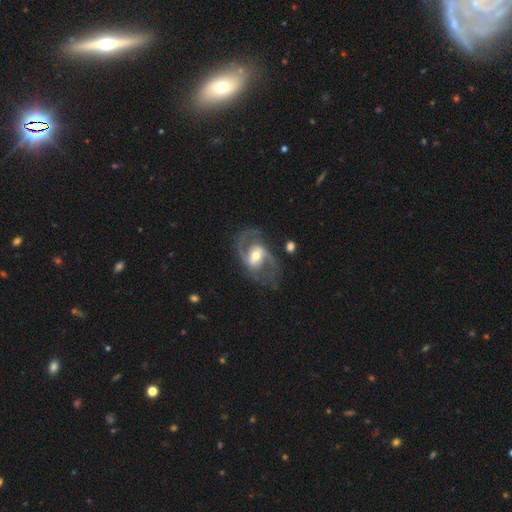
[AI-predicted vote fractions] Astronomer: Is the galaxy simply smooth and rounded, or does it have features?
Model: featured or disk — 87%.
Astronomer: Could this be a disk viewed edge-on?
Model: no — 97%.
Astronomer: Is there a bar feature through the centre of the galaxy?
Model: weak — 44% (runner-up: strong, 31%).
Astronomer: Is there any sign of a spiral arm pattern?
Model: yes — 93%.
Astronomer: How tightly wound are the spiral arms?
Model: medium — 54%.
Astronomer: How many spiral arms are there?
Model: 2 — 87%.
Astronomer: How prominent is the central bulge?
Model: moderate — 67%.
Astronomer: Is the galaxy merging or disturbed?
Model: none — 68%.